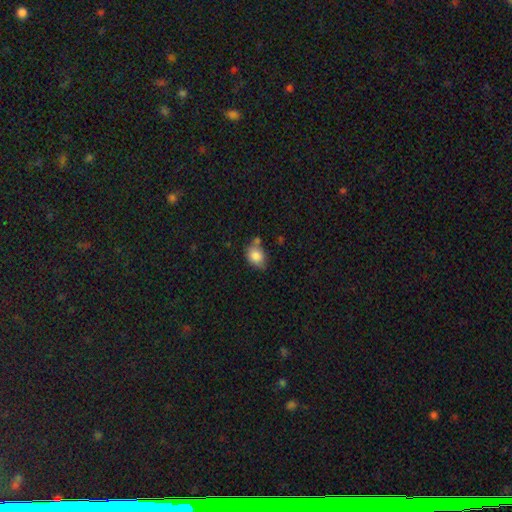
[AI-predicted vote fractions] The model was most divided on "merging": none: 52%, minor disturbance: 26%, merger: 16%, major disturbance: 6%. More confident: smooth or featured — smooth (84%); how rounded — in between (63%).